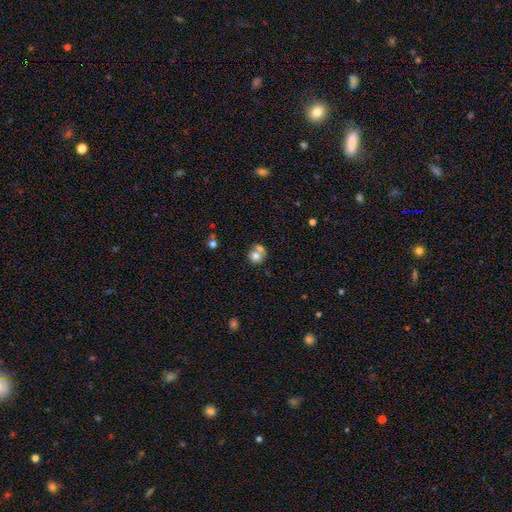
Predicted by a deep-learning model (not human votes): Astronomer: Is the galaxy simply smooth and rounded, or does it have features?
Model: smooth — 71%.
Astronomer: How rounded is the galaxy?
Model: round — 81%.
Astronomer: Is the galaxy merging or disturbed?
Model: merger — 49% (runner-up: none, 38%).